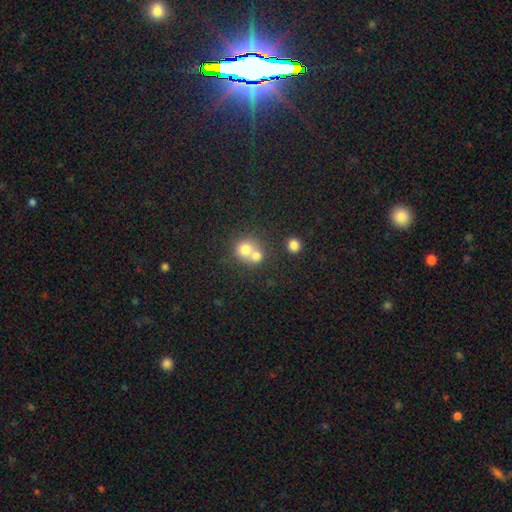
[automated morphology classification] Smooth or featured? smooth (73%)
How rounded? round (81%)
Merging? merger (64%)